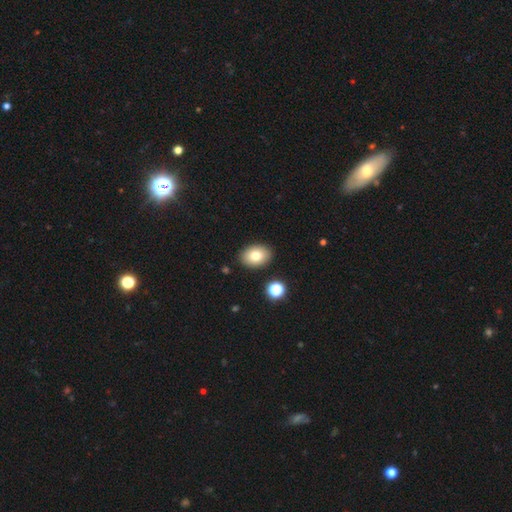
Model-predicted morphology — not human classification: This is likely a smooth galaxy (79%). How rounded: likely in between (76%). Merging: clearly none (88%).